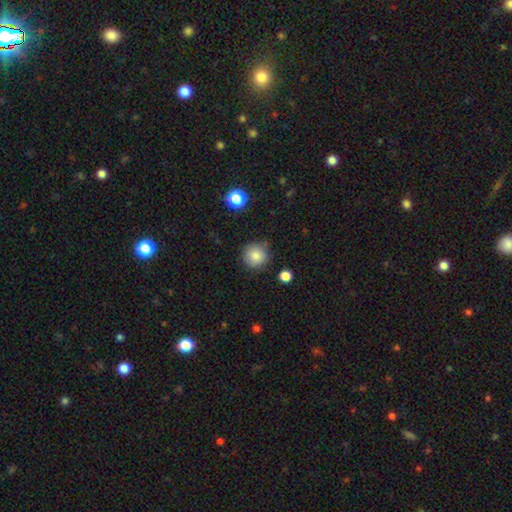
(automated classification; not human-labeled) Smooth or featured?
  - smooth: 85% *
  - star or artifact: 10%
  - featured or disk: 5%
How rounded?
  - round: 94% *
  - in between: 5%
  - cigar-shaped: 1%
Merging?
  - none: 82% *
  - minor disturbance: 12%
  - major disturbance: 3%
  - merger: 3%